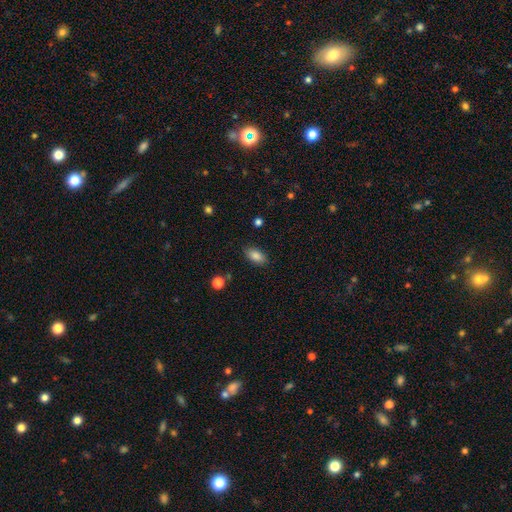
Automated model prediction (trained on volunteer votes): Smooth or featured?
  - smooth: 86% *
  - star or artifact: 8%
  - featured or disk: 6%
How rounded?
  - in between: 91% *
  - round: 6%
  - cigar-shaped: 3%
Merging?
  - none: 85% *
  - minor disturbance: 11%
  - major disturbance: 3%
  - merger: 1%